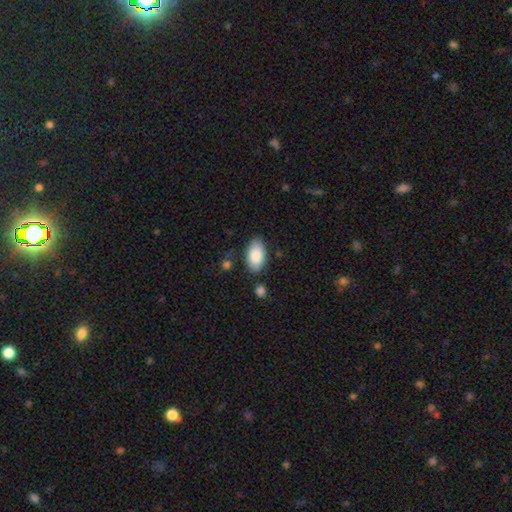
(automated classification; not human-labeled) Smooth or featured?
  - smooth: 86% *
  - featured or disk: 8%
  - star or artifact: 6%
How rounded?
  - in between: 95% *
  - round: 3%
  - cigar-shaped: 2%
Merging?
  - none: 82% *
  - minor disturbance: 12%
  - merger: 3%
  - major disturbance: 3%